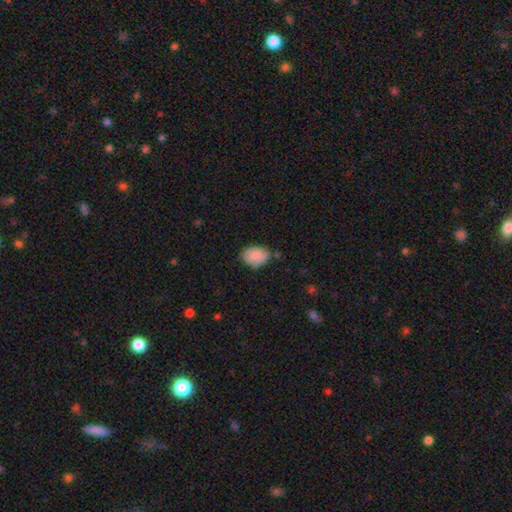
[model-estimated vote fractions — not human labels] Smooth or featured? Predicted: smooth (p=0.85). How rounded? Predicted: in between (p=0.82). Merging? Predicted: none (p=0.65).